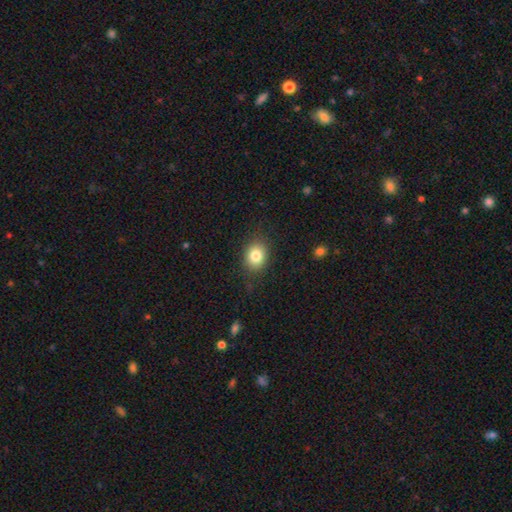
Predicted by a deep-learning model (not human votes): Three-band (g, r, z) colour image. It shows a smooth galaxy with no disk features (83%) that is in between round and cigar-shaped (52%). Merging: none (84%).